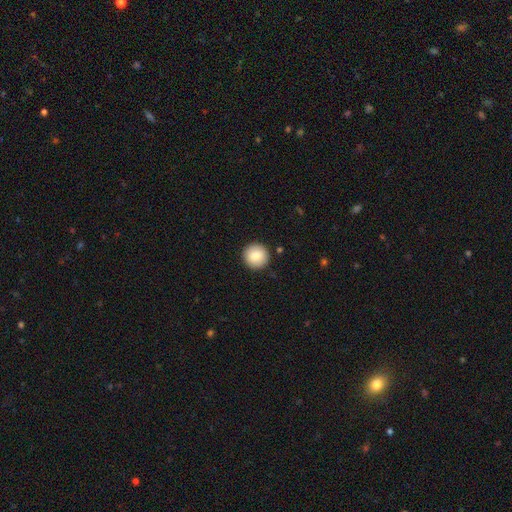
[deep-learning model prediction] smooth-or-featured: smooth: 84% | featured or disk: 8% | star or artifact: 8%
  how-rounded: round: 96% | in between: 3% | cigar-shaped: 1%
  merging: none: 92% | minor disturbance: 5% | major disturbance: 2% | merger: 1%